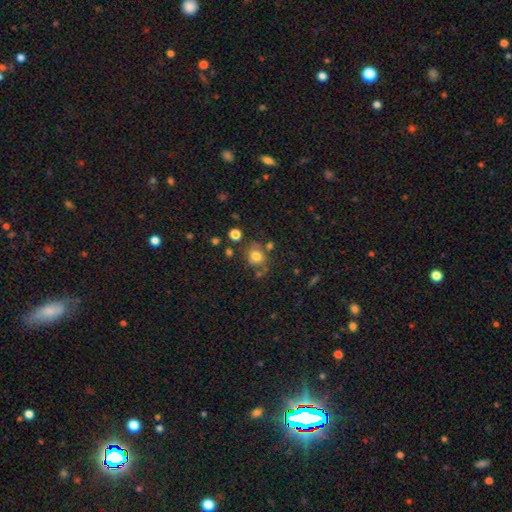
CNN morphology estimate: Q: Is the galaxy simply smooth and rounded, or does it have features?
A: smooth — 74%.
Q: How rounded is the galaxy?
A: round — 75%.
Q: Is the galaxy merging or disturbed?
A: none — 64%.